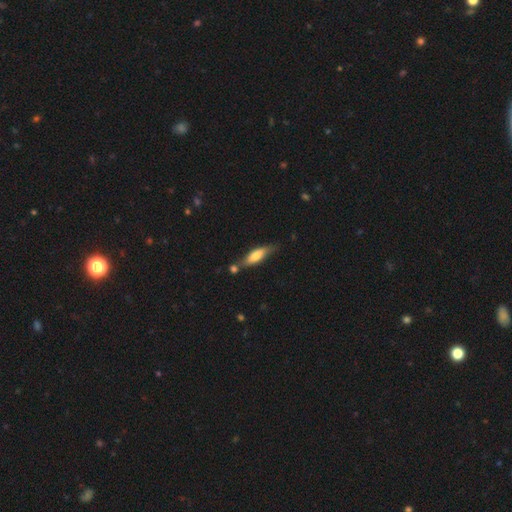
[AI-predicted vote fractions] smooth 64%, featured or disk 30%, star or artifact 6%. Down the decision tree: how rounded — cigar-shaped (54%); merging — none (59%).